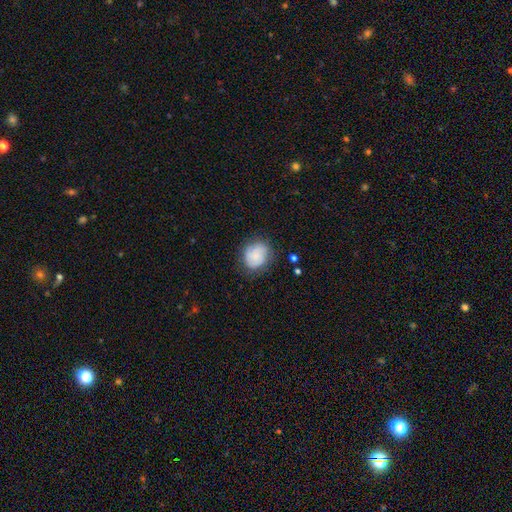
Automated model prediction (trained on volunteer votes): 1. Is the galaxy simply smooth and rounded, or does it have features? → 59% smooth, 33% featured or disk, 8% star or artifact.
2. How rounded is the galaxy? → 70% round, 30% in between, 1% cigar-shaped.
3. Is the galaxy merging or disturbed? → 74% none, 19% minor disturbance, 6% major disturbance, 1% merger.